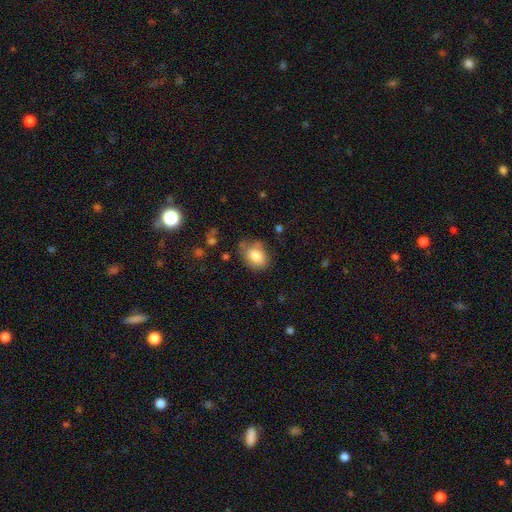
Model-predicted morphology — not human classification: Smooth or featured: smooth — 82% (featured or disk — 10%)
How rounded: in between — 67% (round — 31%)
Merging: none — 63% (minor disturbance — 25%)